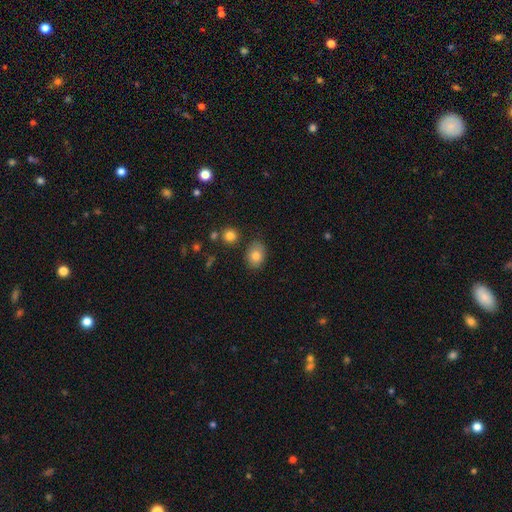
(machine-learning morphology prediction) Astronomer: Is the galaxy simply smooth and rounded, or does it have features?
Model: smooth — 82%.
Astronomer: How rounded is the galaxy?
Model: in between — 67%.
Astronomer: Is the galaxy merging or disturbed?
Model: none — 81%.